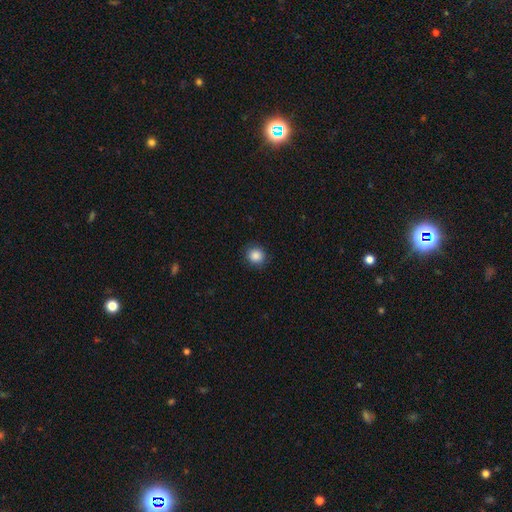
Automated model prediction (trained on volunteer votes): A smooth galaxy with no disk features (87%) that is round (88%).

Vote fractions:
- Smooth or featured? smooth: 87% / star or artifact: 10% / featured or disk: 3%
- How rounded? round: 88% / in between: 11% / cigar-shaped: 1%
- Merging? none: 90% / minor disturbance: 7% / major disturbance: 2% / merger: 1%